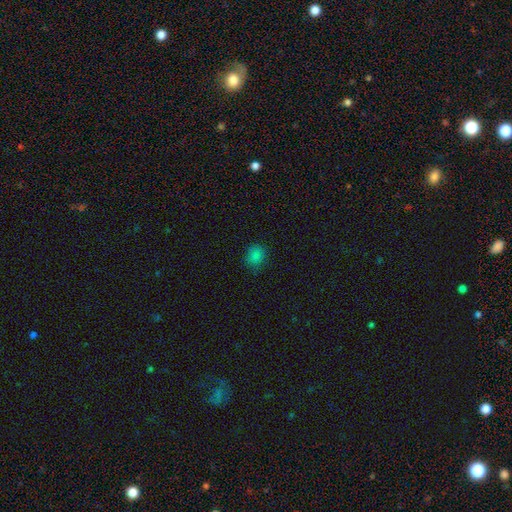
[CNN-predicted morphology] This is clearly a smooth galaxy (81%). How rounded: likely round (72%). Merging: clearly none (82%).